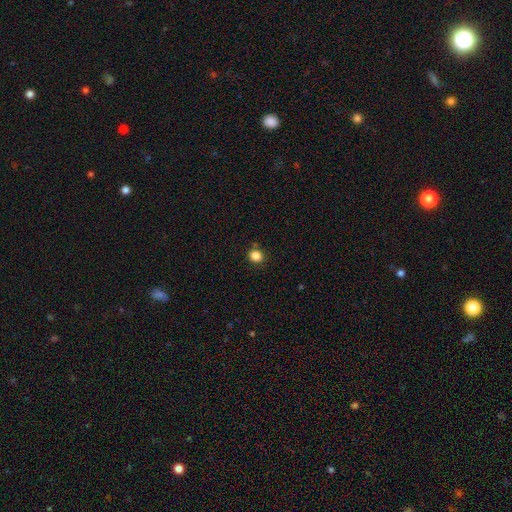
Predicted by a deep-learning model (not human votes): smooth 84%, star or artifact 12%, featured or disk 4%. Down the decision tree: how rounded — round (84%); merging — none (86%).